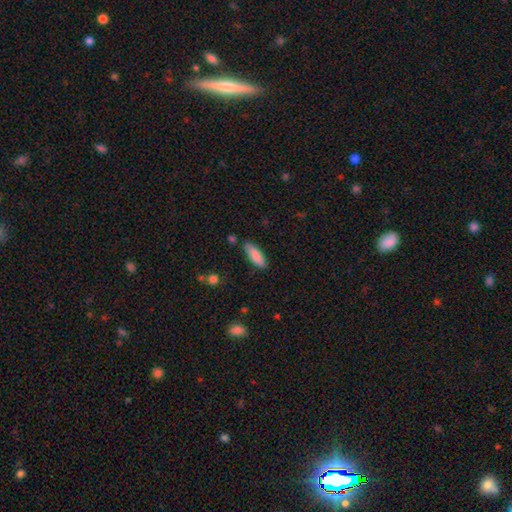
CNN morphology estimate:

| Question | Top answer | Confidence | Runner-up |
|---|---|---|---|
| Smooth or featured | smooth | 86% | featured or disk (8%) |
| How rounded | in between | 62% | cigar-shaped (36%) |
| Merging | none | 80% | minor disturbance (14%) |